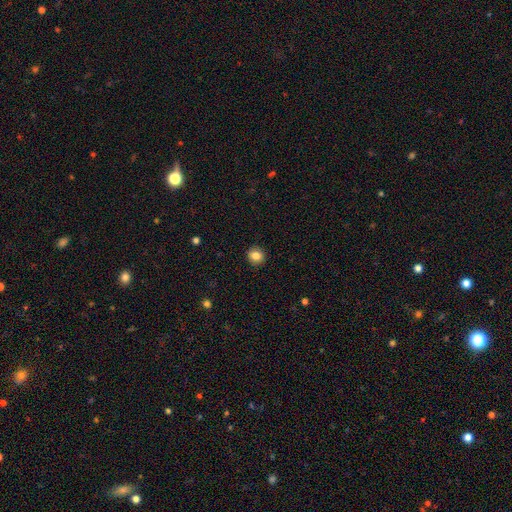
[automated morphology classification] Smooth or featured: smooth — 84% (star or artifact — 10%)
How rounded: round — 84% (in between — 15%)
Merging: none — 92% (minor disturbance — 6%)